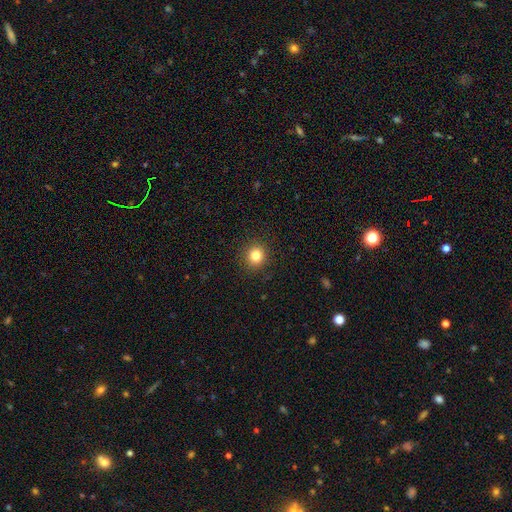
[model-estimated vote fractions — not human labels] Morphology: type=smooth (82%); roundness=round (89%); merging=none (91%).